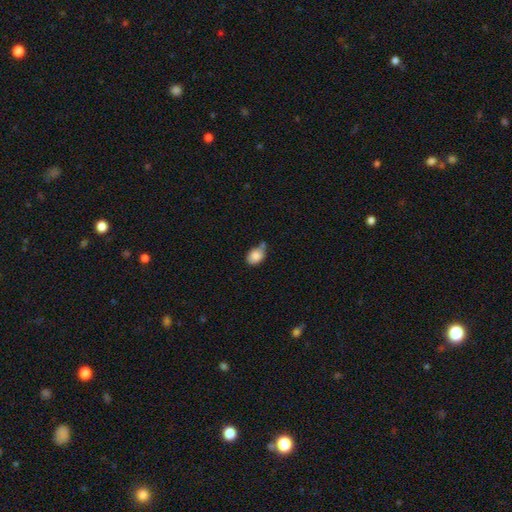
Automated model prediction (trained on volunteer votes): Morphology: type=smooth (85%); roundness=in between (73%); merging=none (53%).